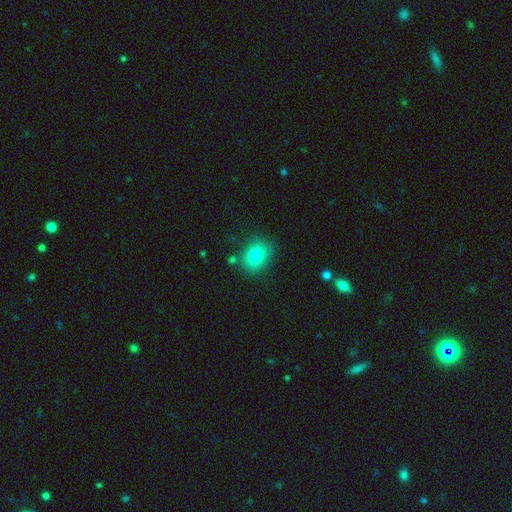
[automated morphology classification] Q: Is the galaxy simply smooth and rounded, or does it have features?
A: smooth — 78%.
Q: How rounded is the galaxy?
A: round — 52%.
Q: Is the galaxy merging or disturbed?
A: none — 80%.